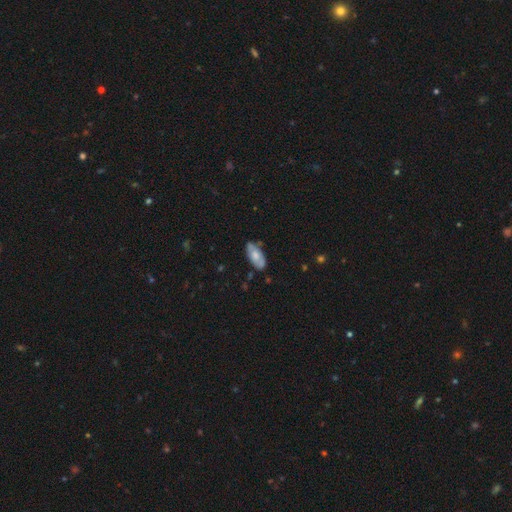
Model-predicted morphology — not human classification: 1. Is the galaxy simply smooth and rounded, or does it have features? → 61% smooth, 32% featured or disk, 6% star or artifact.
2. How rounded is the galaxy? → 89% in between, 8% cigar-shaped, 2% round.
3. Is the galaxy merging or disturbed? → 76% none, 18% minor disturbance, 3% major disturbance, 2% merger.